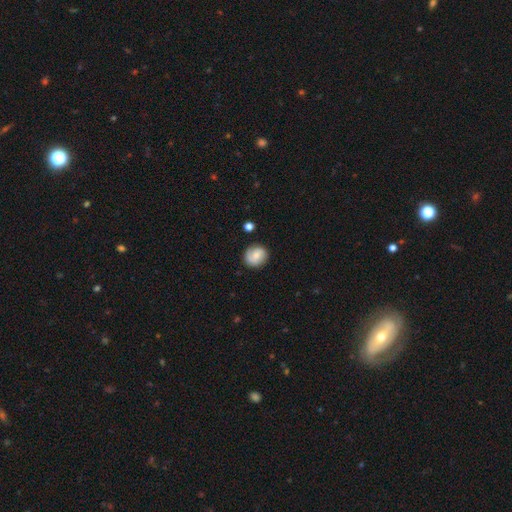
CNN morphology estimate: Q: Smooth or featured?
A: smooth (58%); runner-up: featured or disk (34%)
Q: How rounded?
A: round (81%); runner-up: in between (18%)
Q: Merging?
A: none (81%); runner-up: minor disturbance (13%)